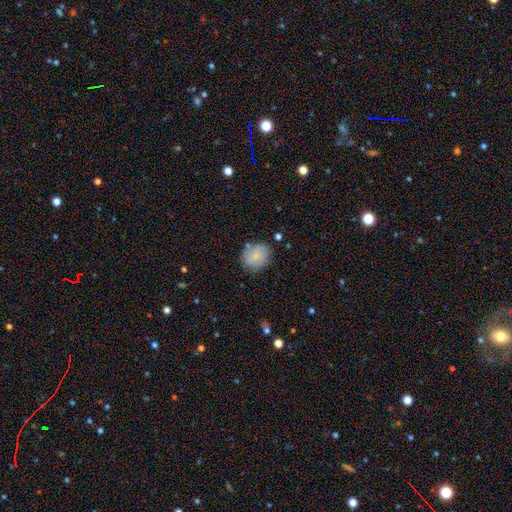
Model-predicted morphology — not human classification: This appears to be a smooth galaxy with no disk features (75%) that is round (71%). Merging: none (74%).